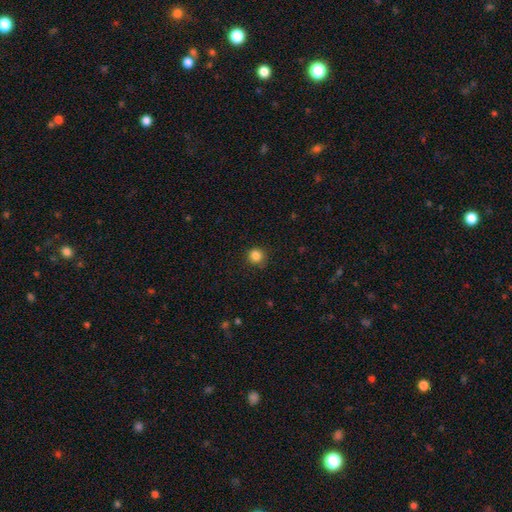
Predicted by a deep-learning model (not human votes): This appears to be a smooth galaxy with no disk features (85%) that is round (92%). Merging: none (86%).